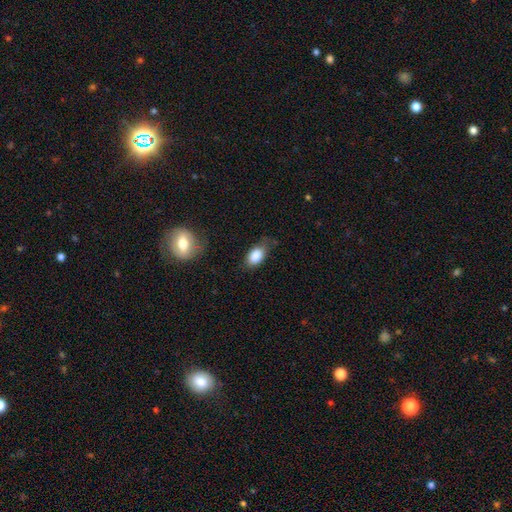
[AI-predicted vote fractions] Q: Smooth or featured?
A: smooth (85%); runner-up: star or artifact (7%)
Q: How rounded?
A: in between (89%); runner-up: round (8%)
Q: Merging?
A: none (61%); runner-up: minor disturbance (29%)